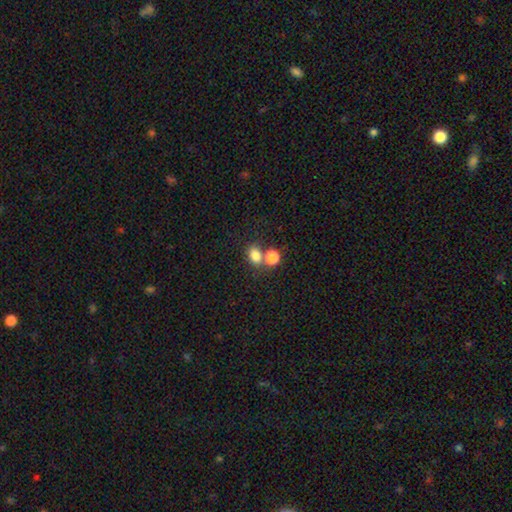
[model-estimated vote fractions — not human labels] This appears to be a smooth galaxy with no disk features (80%) that is in between round and cigar-shaped (58%). Merging: none (48%).